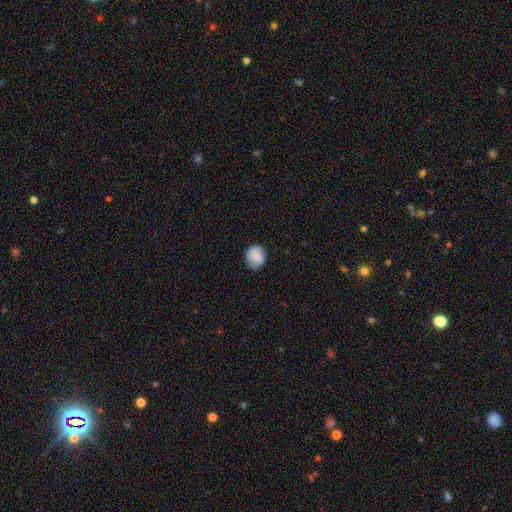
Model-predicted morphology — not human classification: Smooth or featured? Predicted: smooth (p=0.84). How rounded? Predicted: round (p=0.67). Merging? Predicted: none (p=0.76).